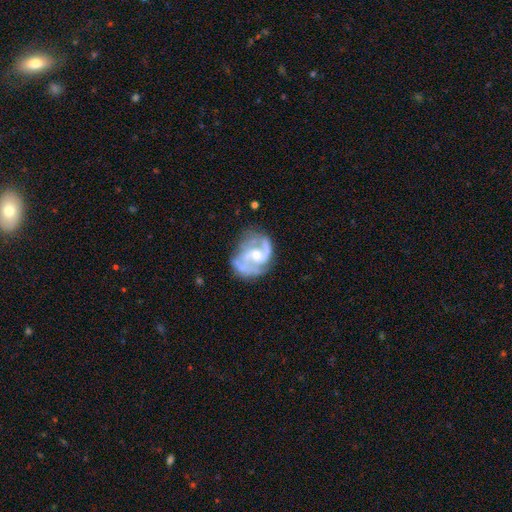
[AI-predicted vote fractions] The model was most divided on "bulge size": moderate: 50%, small: 39%, none: 5%, large: 4%, dominant: 1%. More confident: edge-on disk — no (98%); spiral arms — yes (88%); smooth or featured — featured or disk (83%); spiral arm count — 2 (69%); bar — no (52%); merging — none (52%); spiral winding — medium (51%).